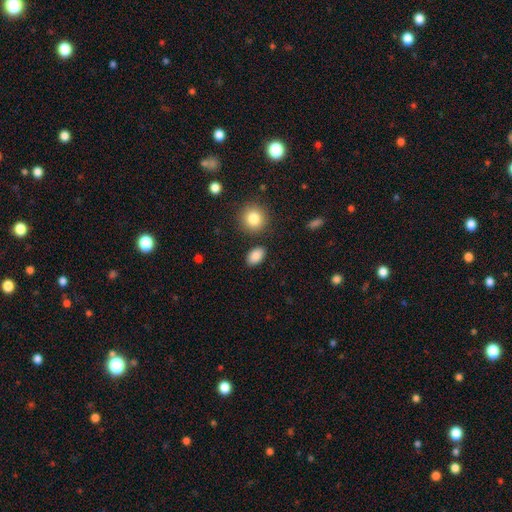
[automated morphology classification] Overall: smooth (87%). How rounded: in between (85%). Merging: none (85%).